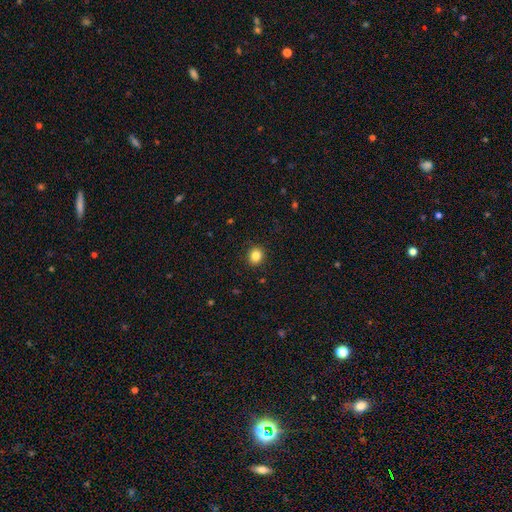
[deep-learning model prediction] The model was most divided on "how rounded": round: 85%, in between: 14%, cigar-shaped: 1%. More confident: merging — none (91%); smooth or featured — smooth (85%).